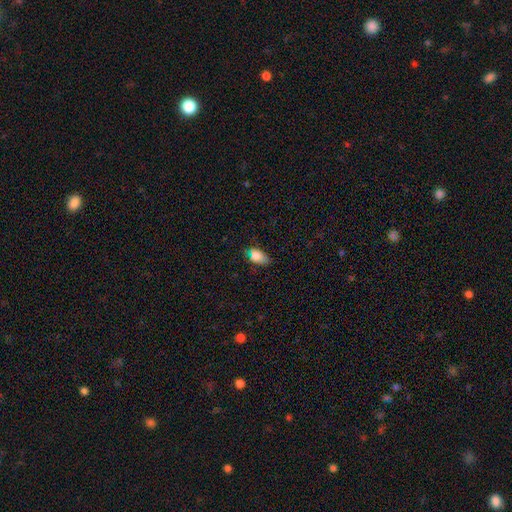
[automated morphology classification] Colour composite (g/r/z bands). It shows a smooth galaxy with no disk features (82%) that is in between round and cigar-shaped (89%). Merging: none (55%).